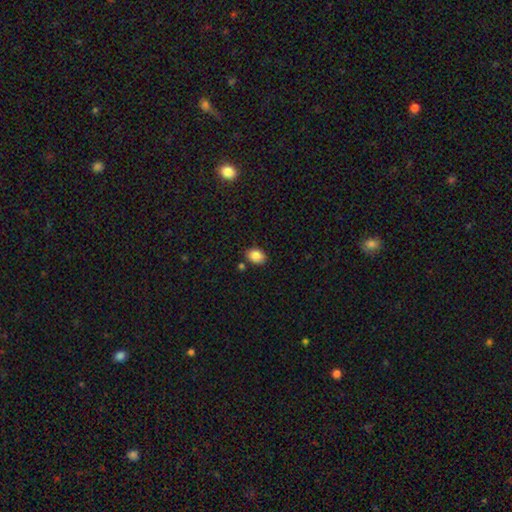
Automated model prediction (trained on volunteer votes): Smooth or featured?
  - smooth: 85% *
  - star or artifact: 9%
  - featured or disk: 6%
How rounded?
  - in between: 73% *
  - round: 26%
  - cigar-shaped: 1%
Merging?
  - none: 82% *
  - minor disturbance: 11%
  - merger: 5%
  - major disturbance: 2%